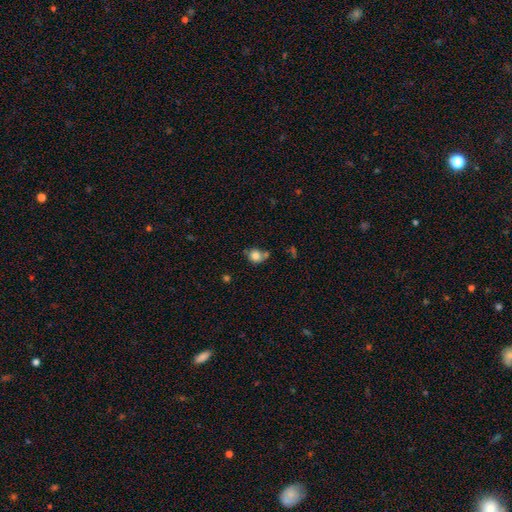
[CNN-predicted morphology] Smooth or featured? smooth (79%)
How rounded? round (74%)
Merging? none (56%)